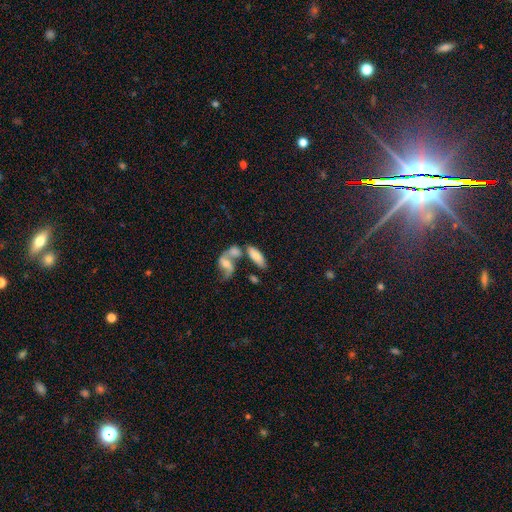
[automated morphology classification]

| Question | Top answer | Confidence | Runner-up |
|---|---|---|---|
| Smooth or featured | smooth | 69% | featured or disk (24%) |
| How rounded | in between | 68% | cigar-shaped (29%) |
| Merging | merger | 43% | none (38%) |